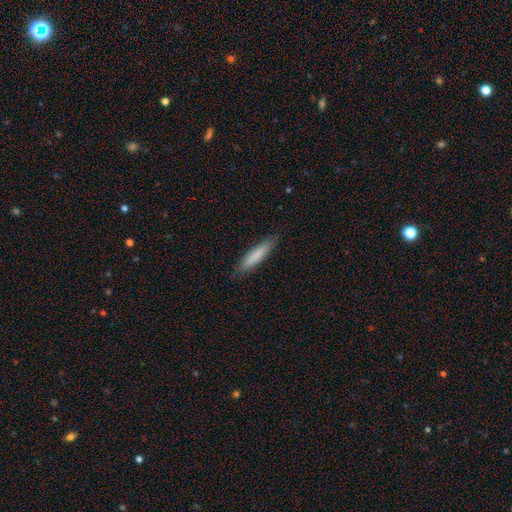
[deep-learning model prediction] A smooth galaxy with no disk features (82%) that is cigar-shaped (86%).

Vote fractions:
- Smooth or featured? smooth: 82% / featured or disk: 12% / star or artifact: 6%
- How rounded? cigar-shaped: 86% / in between: 13% / round: 1%
- Merging? none: 87% / minor disturbance: 10% / major disturbance: 2% / merger: 1%